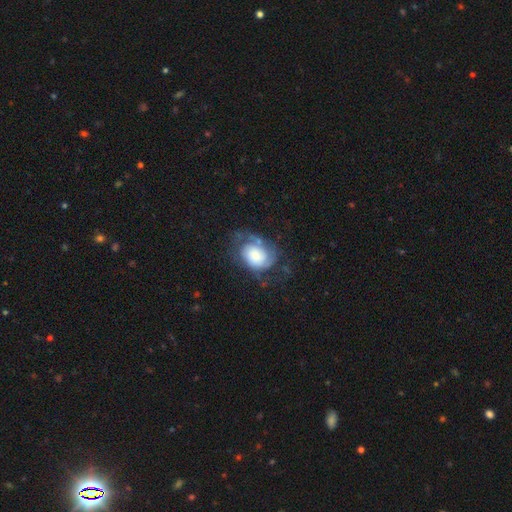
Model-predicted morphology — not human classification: smooth-or-featured: featured or disk: 66% | smooth: 27% | star or artifact: 8%
  disk-edge-on: no: 97% | yes: 3%
    bar: no: 76% | weak: 20% | strong: 4%
    has-spiral-arms: yes: 88% | no: 12%
      spiral-winding: tight: 42% | medium: 38% | loose: 20%
      spiral-arm-count: 2: 52% | can't tell: 22% | 1: 11% | 3: 9% | 4: 3% | more than 4: 3%
    bulge-size: large: 34% | small: 24% | moderate: 23% | dominant: 12% | none: 7%
  merging: none: 47% | major disturbance: 26% | minor disturbance: 25% | merger: 3%